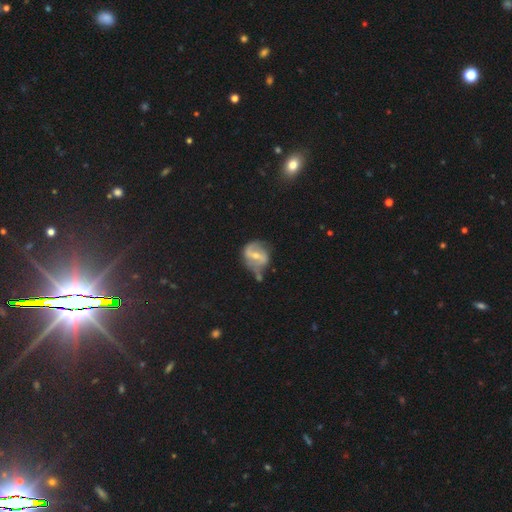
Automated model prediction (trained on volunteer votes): Smooth or featured?
  - featured or disk: 71% *
  - smooth: 23%
  - star or artifact: 7%
Edge-on disk?
  - no: 96% *
  - yes: 4%
Bar?
  - weak: 44% *
  - strong: 40%
  - no: 16%
Spiral arms?
  - yes: 78% *
  - no: 22%
Spiral winding?
  - medium: 41% *
  - loose: 39%
  - tight: 20%
Spiral arm count?
  - 2: 79% *
  - can't tell: 11%
  - 1: 7%
  - 3: 2%
  - 4: 1%
  - more than 4: 1%
Bulge size?
  - moderate: 51% *
  - small: 43%
  - none: 2%
  - large: 2%
  - dominant: 1%
Merging?
  - none: 50% *
  - minor disturbance: 27%
  - major disturbance: 13%
  - merger: 11%